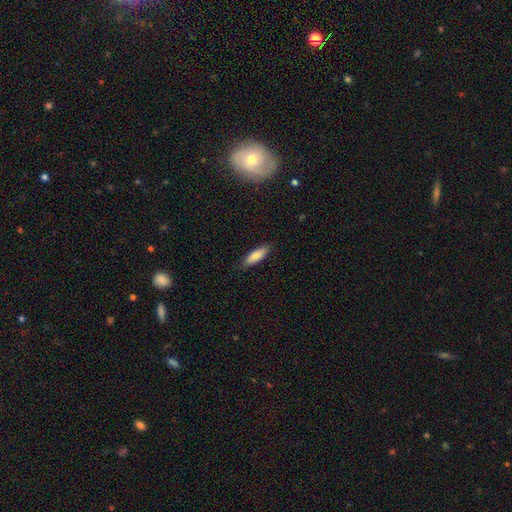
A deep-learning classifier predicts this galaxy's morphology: type=smooth (84%); roundness=cigar-shaped (51%); merging=none (85%).